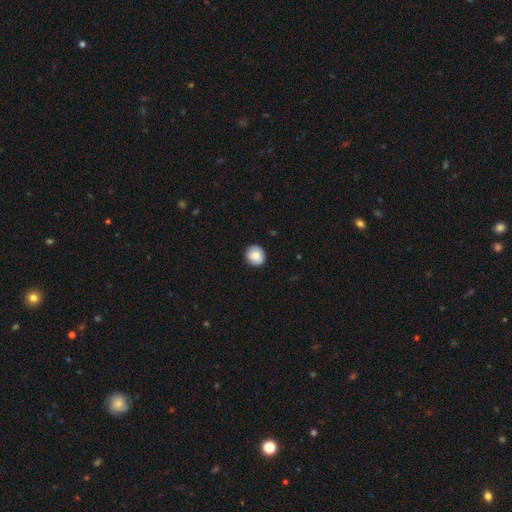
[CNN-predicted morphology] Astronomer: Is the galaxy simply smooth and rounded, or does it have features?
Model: smooth — 85%.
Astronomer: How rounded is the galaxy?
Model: round — 87%.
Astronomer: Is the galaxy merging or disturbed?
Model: none — 90%.